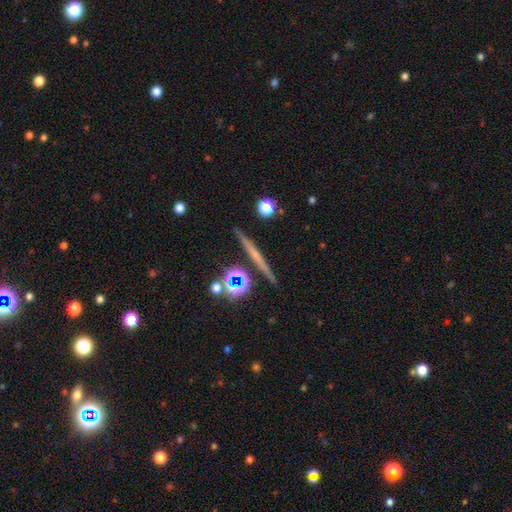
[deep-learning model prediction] Morphology: type=featured or disk (49%); merging=none (85%).